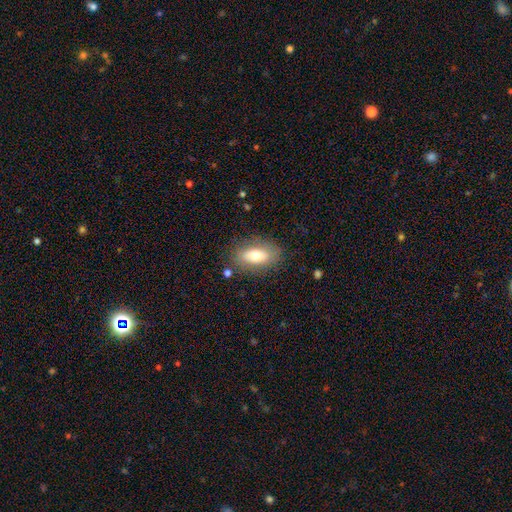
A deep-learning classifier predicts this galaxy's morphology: Smooth or featured?
  - smooth: 68% *
  - featured or disk: 25%
  - star or artifact: 8%
How rounded?
  - in between: 87% *
  - cigar-shaped: 7%
  - round: 7%
Merging?
  - none: 81% *
  - minor disturbance: 12%
  - major disturbance: 4%
  - merger: 2%